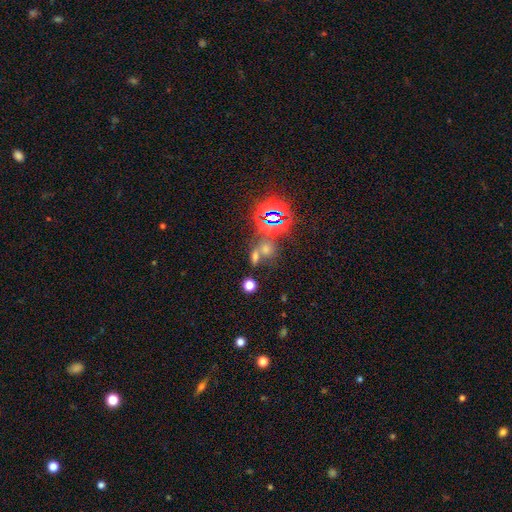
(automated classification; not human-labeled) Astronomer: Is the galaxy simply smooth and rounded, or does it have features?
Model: smooth — 49% (runner-up: star or artifact, 40%).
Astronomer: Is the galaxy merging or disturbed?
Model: none — 46% (runner-up: merger, 39%).